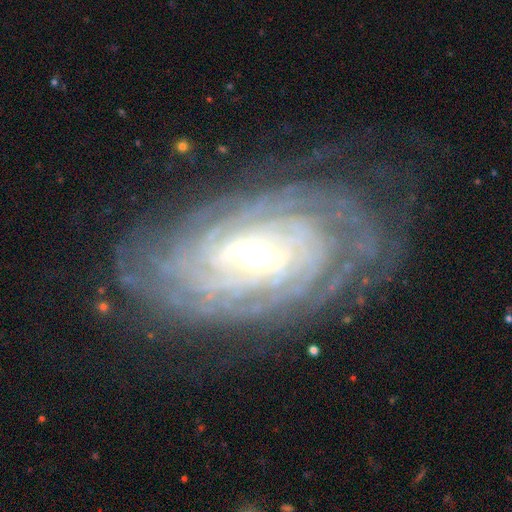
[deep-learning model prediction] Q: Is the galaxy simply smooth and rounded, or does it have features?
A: featured or disk — 90%.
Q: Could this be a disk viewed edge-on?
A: no — 95%.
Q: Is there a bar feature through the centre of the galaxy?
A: weak — 43%.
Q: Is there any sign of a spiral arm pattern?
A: yes — 97%.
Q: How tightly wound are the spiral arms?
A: tight — 85%.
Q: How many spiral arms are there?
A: can't tell — 33%.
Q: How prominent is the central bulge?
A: moderate — 62%.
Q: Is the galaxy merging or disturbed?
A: none — 76%.